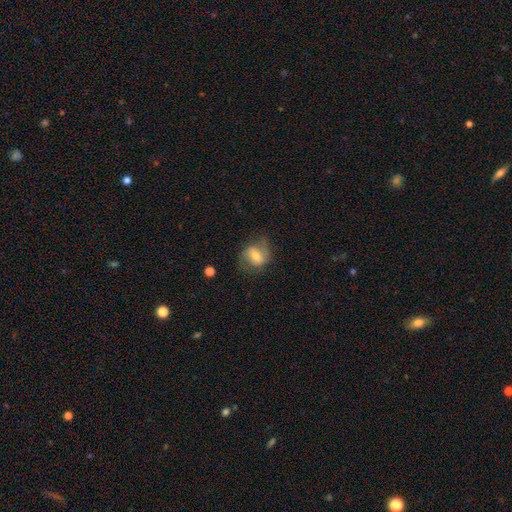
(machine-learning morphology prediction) smooth-or-featured: featured or disk: 47% | smooth: 44% | star or artifact: 9%
  merging: none: 60% | minor disturbance: 24% | major disturbance: 14% | merger: 2%